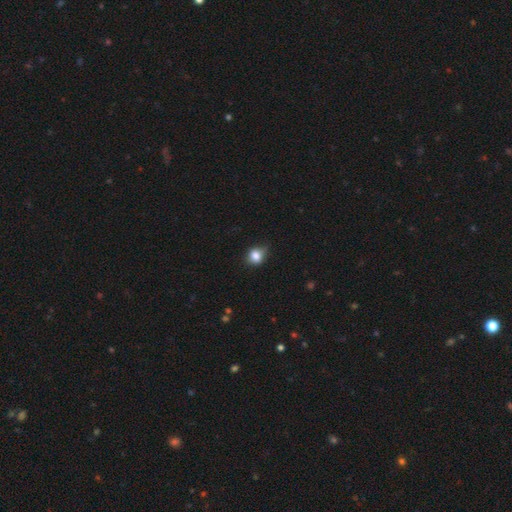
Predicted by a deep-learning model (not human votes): smooth 81%, star or artifact 11%, featured or disk 8%. Down the decision tree: how rounded — round (70%); merging — none (58%).